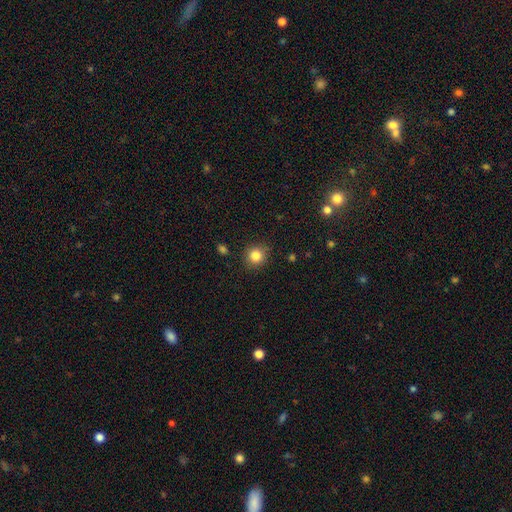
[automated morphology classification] type=smooth (84%); roundness=round (90%); merging=none (87%).